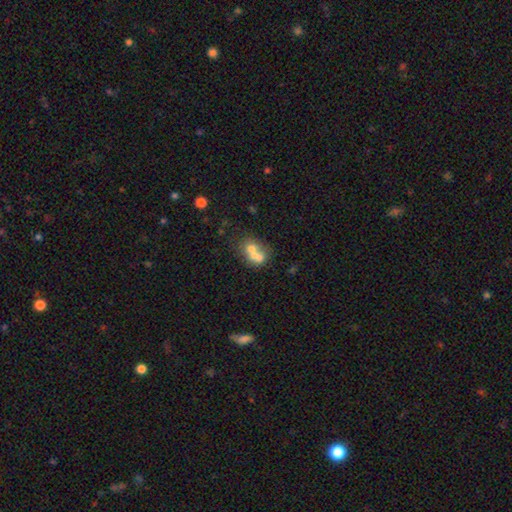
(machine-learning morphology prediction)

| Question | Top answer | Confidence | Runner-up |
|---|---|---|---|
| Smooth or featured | smooth | 59% | featured or disk (29%) |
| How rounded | round | 55% | in between (43%) |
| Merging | merger | 66% | none (22%) |